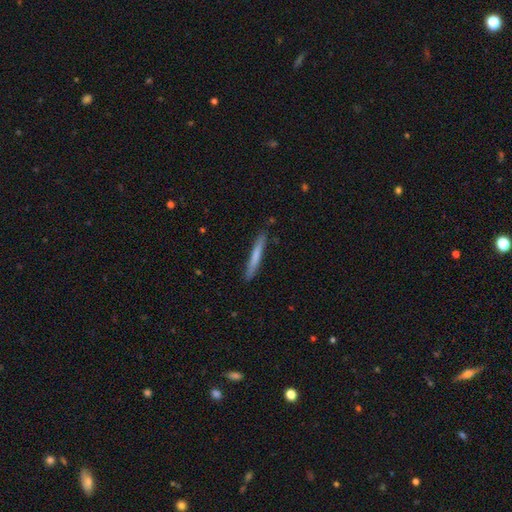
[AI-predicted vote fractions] Q: Smooth or featured?
A: smooth (69%); runner-up: featured or disk (26%)
Q: How rounded?
A: cigar-shaped (96%); runner-up: in between (2%)
Q: Merging?
A: none (87%); runner-up: minor disturbance (10%)